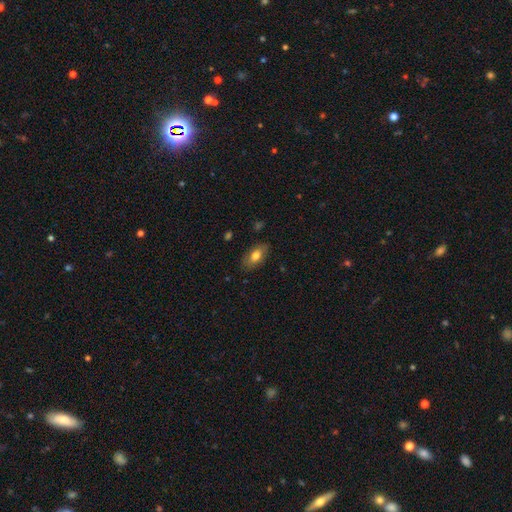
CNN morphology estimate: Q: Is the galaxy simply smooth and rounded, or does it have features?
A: smooth — 73%.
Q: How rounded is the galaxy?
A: in between — 90%.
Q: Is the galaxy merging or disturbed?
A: none — 83%.